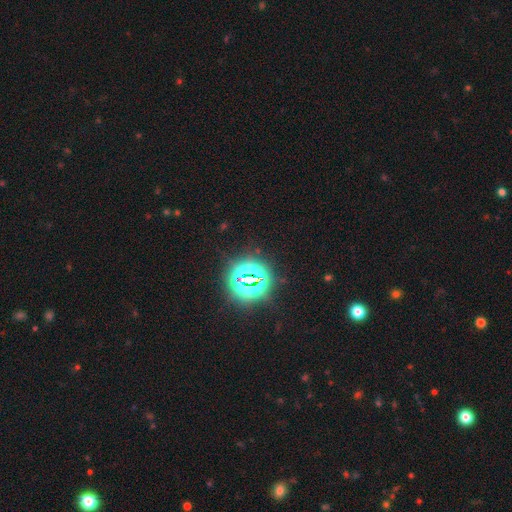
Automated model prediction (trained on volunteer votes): Morphology: type=star or artifact (84%).